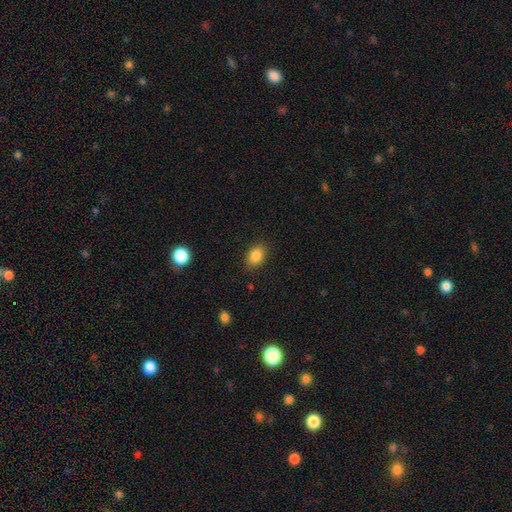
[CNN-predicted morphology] type=smooth (85%); roundness=in between (71%); merging=none (85%).